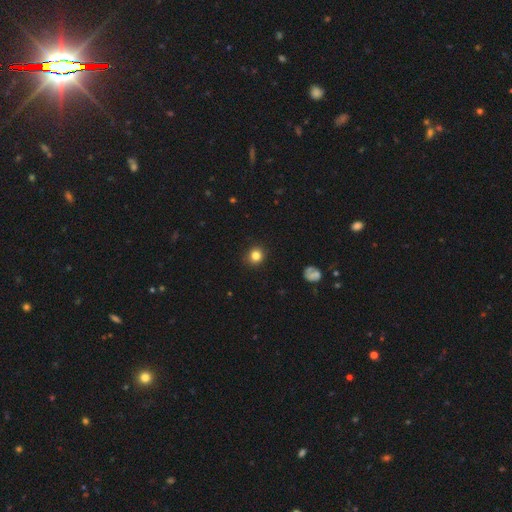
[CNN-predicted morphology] A smooth galaxy with no disk features (83%) that is round (89%). Merging: none (90%).